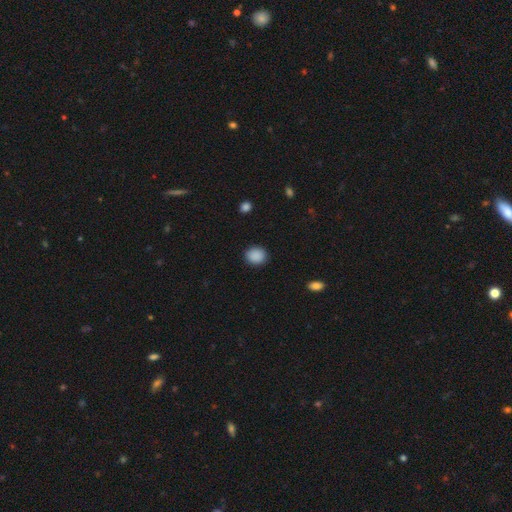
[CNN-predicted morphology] Smooth or featured?
  - smooth: 89% *
  - star or artifact: 8%
  - featured or disk: 2%
How rounded?
  - round: 78% *
  - in between: 21%
  - cigar-shaped: 1%
Merging?
  - none: 90% *
  - minor disturbance: 7%
  - major disturbance: 2%
  - merger: 1%